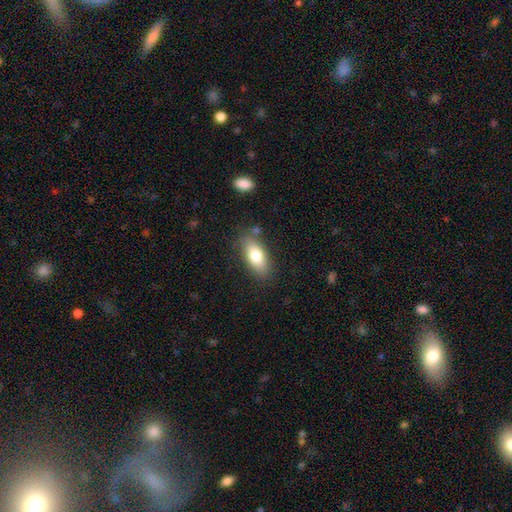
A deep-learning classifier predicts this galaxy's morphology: Overall: smooth (77%). How rounded: in between (84%). Merging: none (79%).